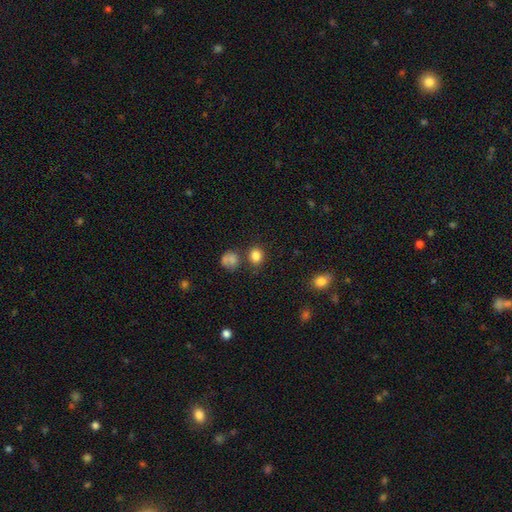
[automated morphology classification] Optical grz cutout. It shows a smooth galaxy with no disk features (83%) that is round (77%). Merging: none (76%).